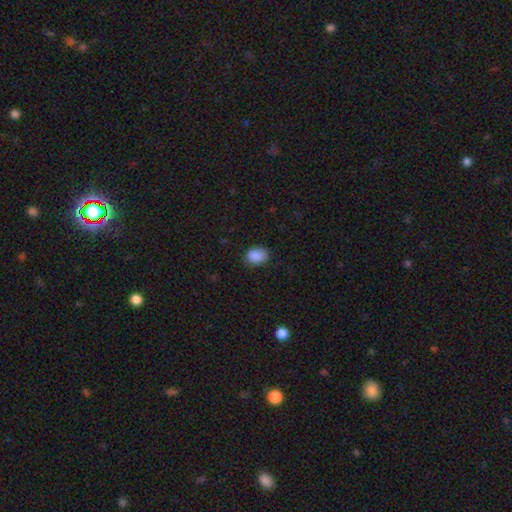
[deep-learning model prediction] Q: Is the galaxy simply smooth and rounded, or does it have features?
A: smooth — 88%.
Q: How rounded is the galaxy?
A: in between — 65%.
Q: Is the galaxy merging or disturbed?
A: none — 79%.